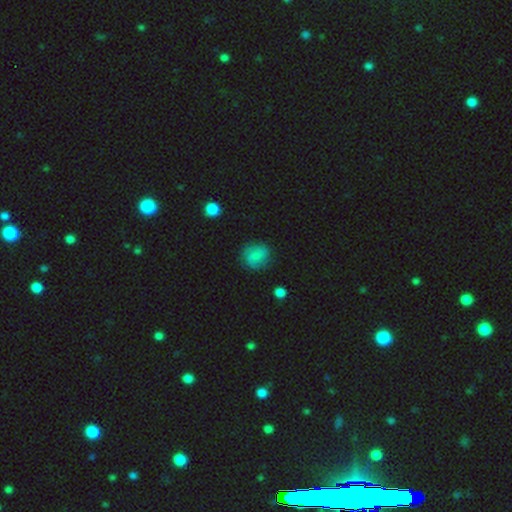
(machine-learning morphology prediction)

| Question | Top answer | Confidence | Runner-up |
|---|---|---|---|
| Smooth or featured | smooth | 66% | featured or disk (24%) |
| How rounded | round | 72% | in between (27%) |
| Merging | none | 71% | minor disturbance (20%) |